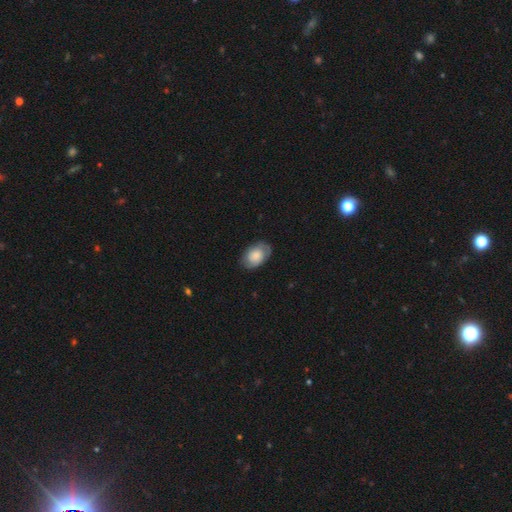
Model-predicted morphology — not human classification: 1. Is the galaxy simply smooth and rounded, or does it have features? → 52% smooth, 40% featured or disk, 7% star or artifact.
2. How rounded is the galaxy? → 84% in between, 14% round, 1% cigar-shaped.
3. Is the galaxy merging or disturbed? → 76% none, 18% minor disturbance, 5% major disturbance, 1% merger.